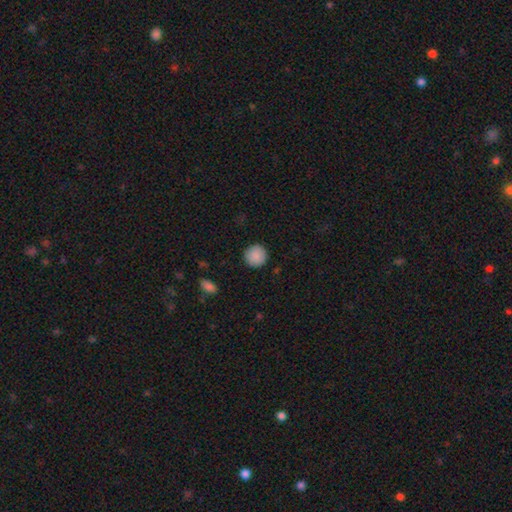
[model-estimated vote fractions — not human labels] smooth-or-featured: smooth: 90% | star or artifact: 7% | featured or disk: 3%
  how-rounded: round: 95% | in between: 4% | cigar-shaped: 1%
  merging: none: 91% | minor disturbance: 6% | major disturbance: 2% | merger: 1%